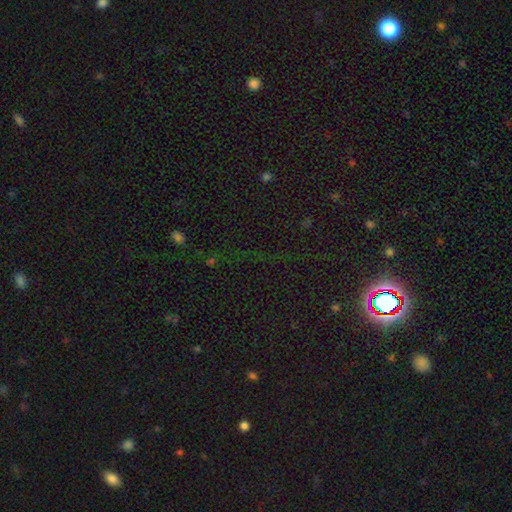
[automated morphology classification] Smooth or featured? Predicted: star or artifact (p=0.81).